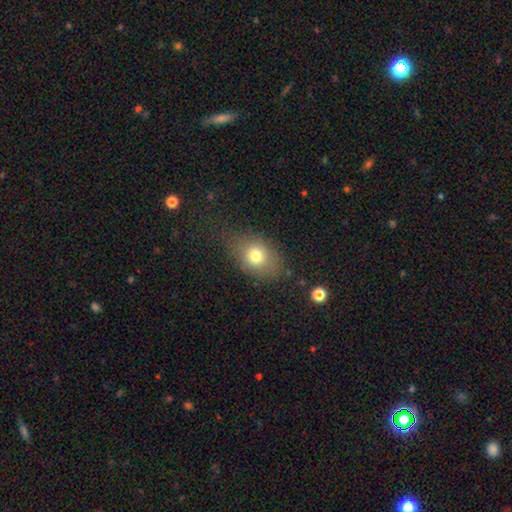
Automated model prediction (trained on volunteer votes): smooth-or-featured: smooth: 76% | featured or disk: 13% | star or artifact: 11%
  how-rounded: in between: 67% | round: 32% | cigar-shaped: 1%
  merging: none: 65% | minor disturbance: 22% | major disturbance: 11% | merger: 2%